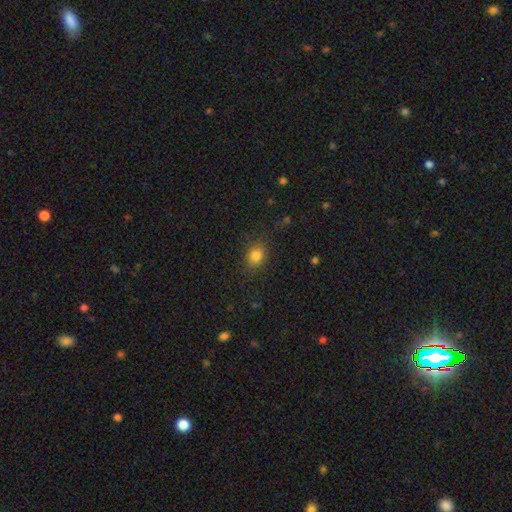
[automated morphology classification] This appears to be a smooth galaxy with no disk features (82%) that is round (53%). Merging: none (82%).